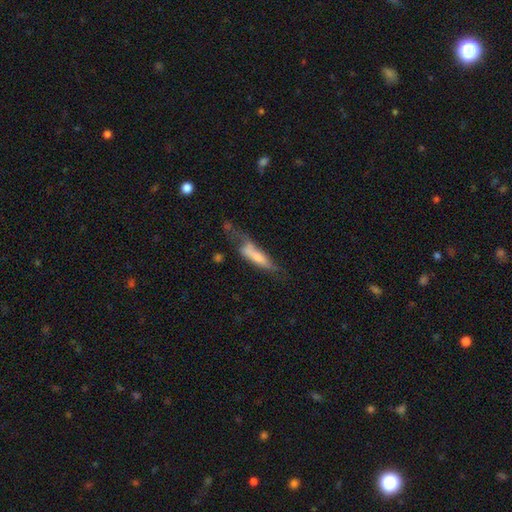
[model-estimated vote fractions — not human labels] A smooth galaxy with no disk features (61%) that is cigar-shaped (68%).

Vote fractions:
- Smooth or featured? smooth: 61% / featured or disk: 32% / star or artifact: 7%
- How rounded? cigar-shaped: 68% / in between: 30% / round: 2%
- Merging? major disturbance: 31% (tied) / none: 31% (tied) / minor disturbance: 27% / merger: 12%